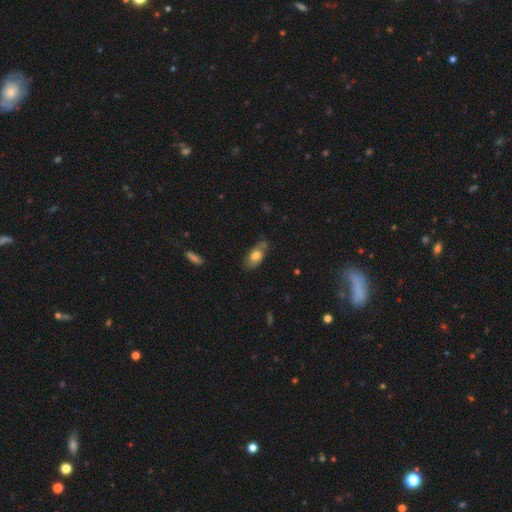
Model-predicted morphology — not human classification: A smooth galaxy with no disk features (65%) that is in between round and cigar-shaped (89%).

Vote fractions:
- Smooth or featured? smooth: 65% / featured or disk: 28% / star or artifact: 7%
- How rounded? in between: 89% / round: 6% / cigar-shaped: 5%
- Merging? none: 63% / minor disturbance: 28% / major disturbance: 6% / merger: 3%